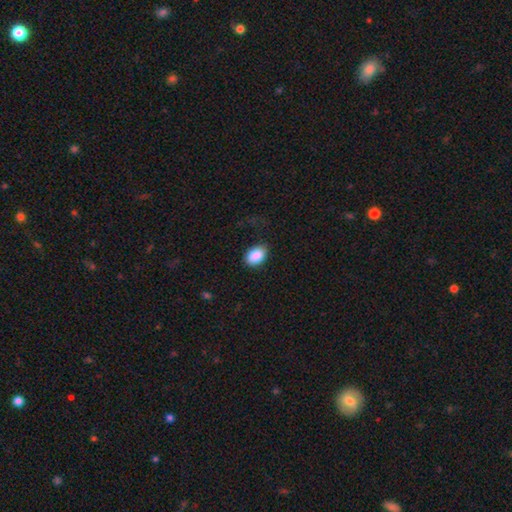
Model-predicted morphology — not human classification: Overall: smooth (89%). How rounded: in between (83%). Merging: none (75%).